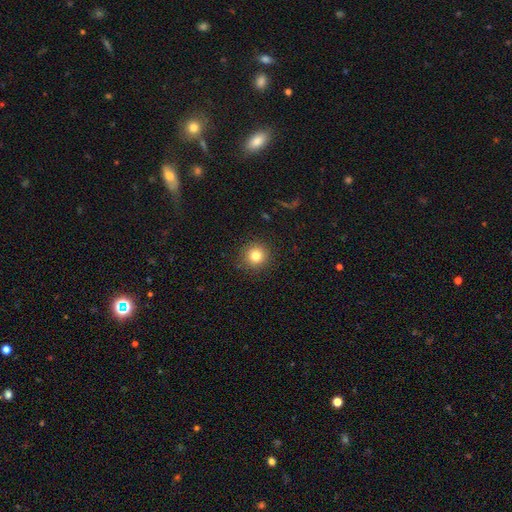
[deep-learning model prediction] Q: Smooth or featured?
A: smooth (81%); runner-up: star or artifact (12%)
Q: How rounded?
A: round (94%); runner-up: in between (5%)
Q: Merging?
A: none (90%); runner-up: minor disturbance (6%)